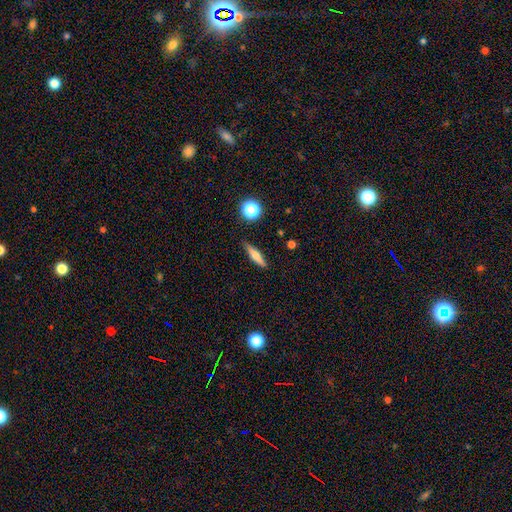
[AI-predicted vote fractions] Smooth or featured? smooth (58%)
How rounded? cigar-shaped (77%)
Merging? none (86%)